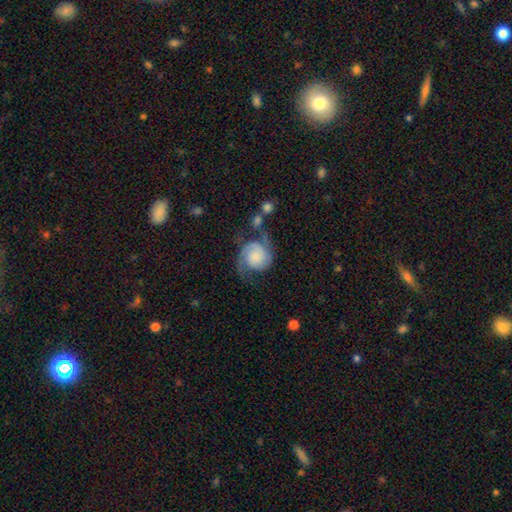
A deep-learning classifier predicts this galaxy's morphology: This appears to be a featured or disk galaxy (70%) with no bar (77%), 2 (86%) medium (43%) spiral arms (94%) and a small central bulge (29%). Merging: none (49%).